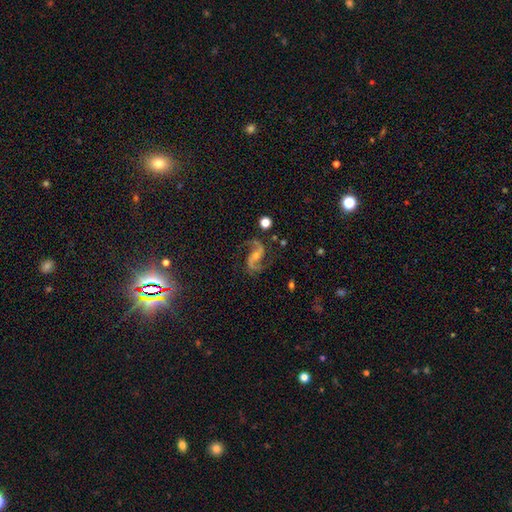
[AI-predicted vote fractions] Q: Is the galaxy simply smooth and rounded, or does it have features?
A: featured or disk — 89%.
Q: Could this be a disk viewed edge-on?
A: no — 97%.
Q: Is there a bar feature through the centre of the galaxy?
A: no — 41%.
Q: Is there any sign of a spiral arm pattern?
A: yes — 98%.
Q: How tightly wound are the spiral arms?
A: loose — 55%.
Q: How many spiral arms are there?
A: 2 — 94%.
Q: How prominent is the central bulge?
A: small — 48%.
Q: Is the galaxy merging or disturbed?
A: none — 77%.